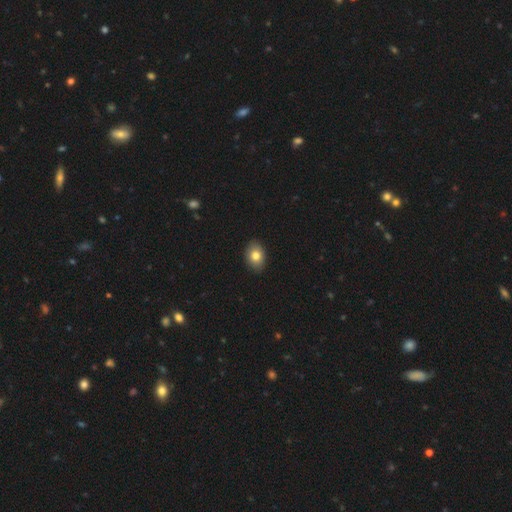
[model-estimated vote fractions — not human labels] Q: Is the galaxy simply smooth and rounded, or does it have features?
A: smooth — 81%.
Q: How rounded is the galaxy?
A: in between — 74%.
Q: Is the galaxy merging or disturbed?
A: none — 89%.